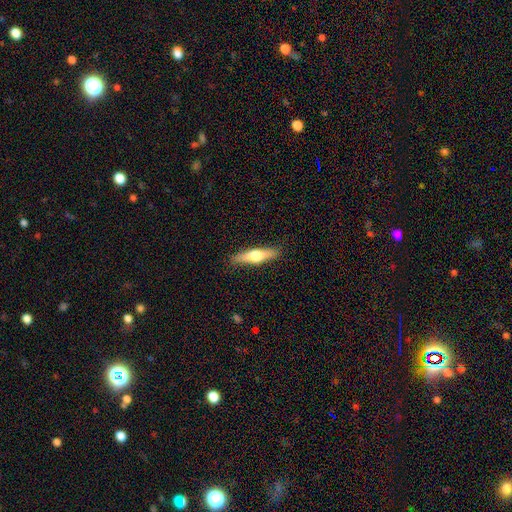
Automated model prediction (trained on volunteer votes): This appears to be a featured or disk galaxy (53%) viewed edge-on (94%). Merging: none (89%).